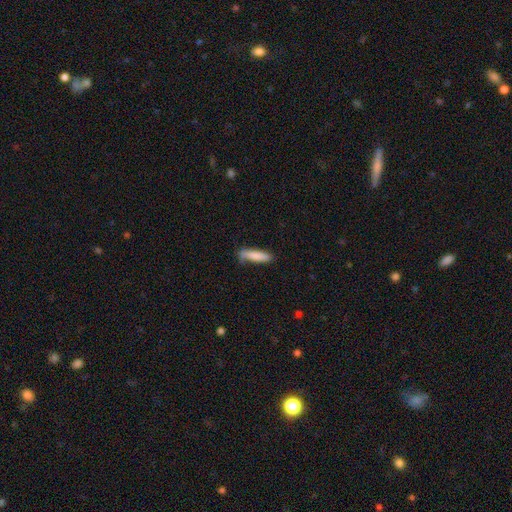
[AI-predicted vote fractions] Overall: smooth (82%). How rounded: cigar-shaped (76%). Merging: none (66%).